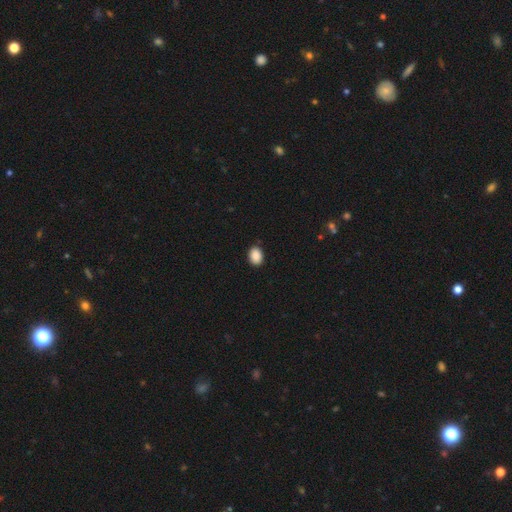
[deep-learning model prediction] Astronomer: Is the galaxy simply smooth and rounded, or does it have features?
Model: smooth — 90%.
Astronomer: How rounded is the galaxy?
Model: in between — 69%.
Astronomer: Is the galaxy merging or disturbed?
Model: none — 87%.